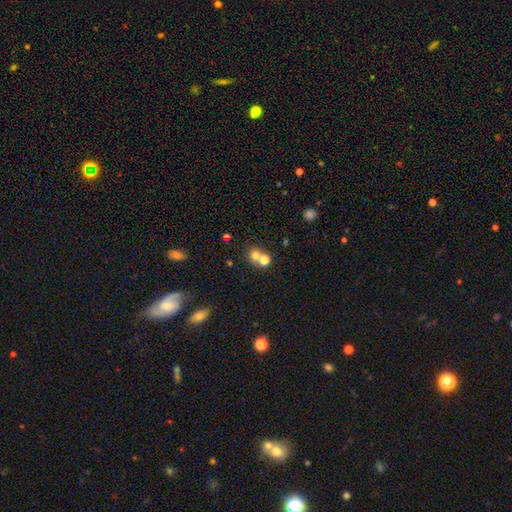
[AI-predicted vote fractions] This appears to be a smooth galaxy with no disk features (71%) that is round (81%). Merging: none (49%).